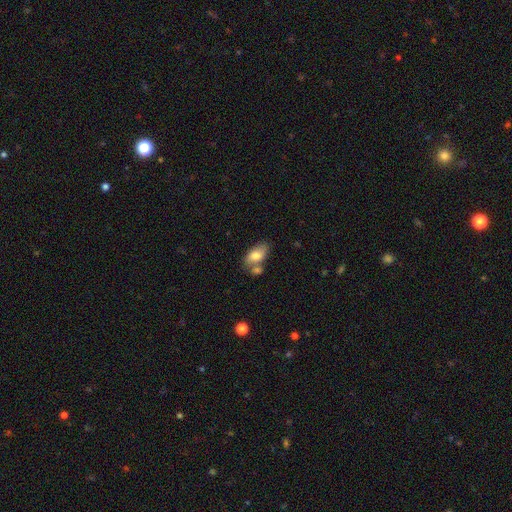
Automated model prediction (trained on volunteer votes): smooth 76%, featured or disk 17%, star or artifact 7%. Down the decision tree: how rounded — in between (91%); merging — none (50%).